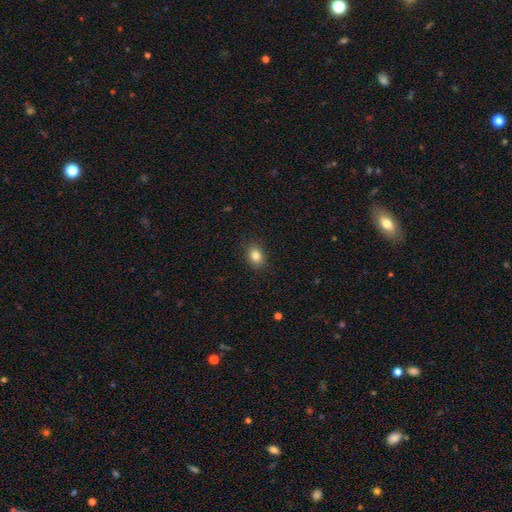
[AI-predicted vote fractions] The model was most divided on "how rounded": in between: 59%, round: 40%, cigar-shaped: 1%. More confident: merging — none (88%); smooth or featured — smooth (84%).